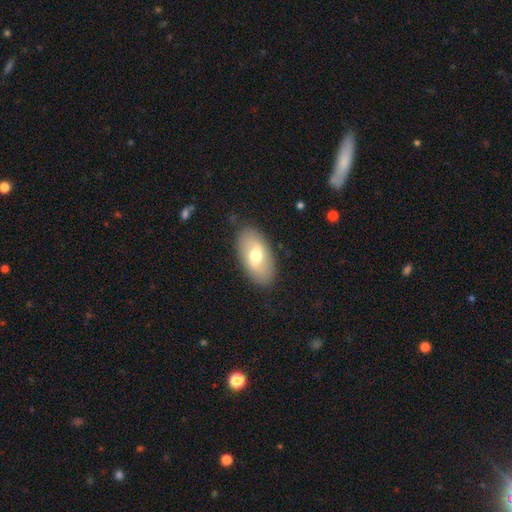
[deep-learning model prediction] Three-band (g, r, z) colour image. It shows a smooth galaxy with no disk features (58%) that is in between round and cigar-shaped (93%). Merging: none (85%).